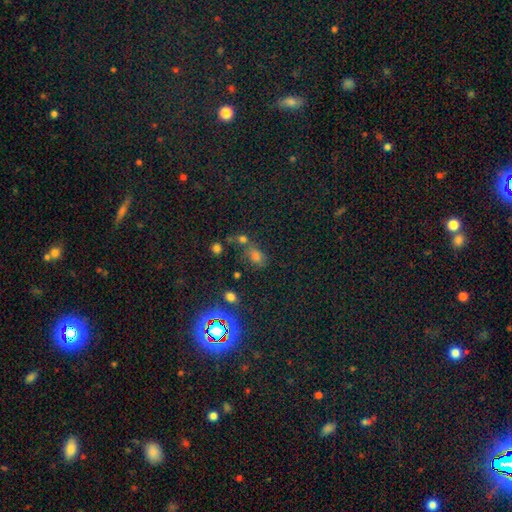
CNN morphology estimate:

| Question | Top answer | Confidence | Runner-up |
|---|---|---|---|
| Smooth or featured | smooth | 49% | star or artifact (42%) |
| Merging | none | 55% | merger (24%) |